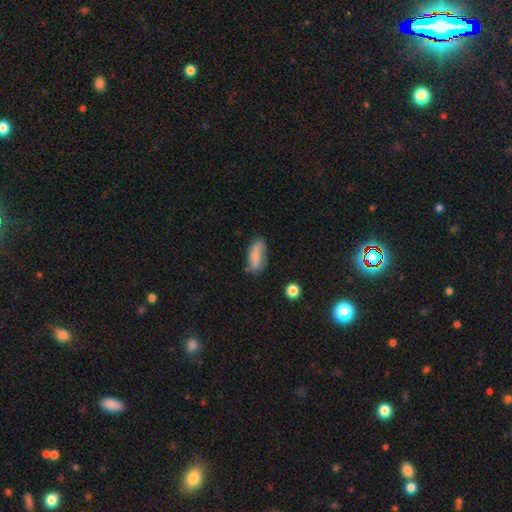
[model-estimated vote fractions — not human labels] Smooth or featured: smooth — 59% (featured or disk — 33%)
How rounded: in between — 79% (cigar-shaped — 18%)
Merging: none — 67% (minor disturbance — 24%)